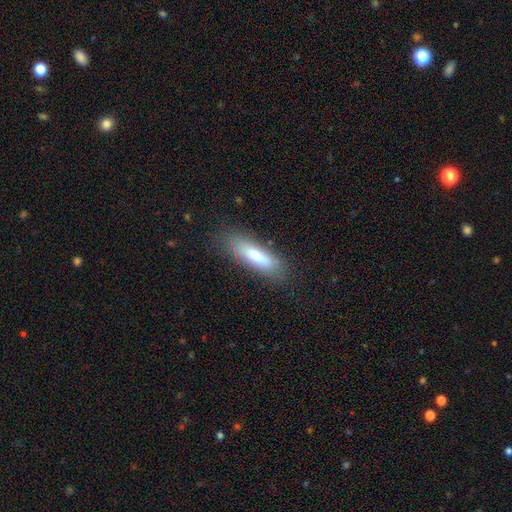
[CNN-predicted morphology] The model was most divided on "how rounded": cigar-shaped: 55%, in between: 43%, round: 2%. More confident: merging — none (84%); smooth or featured — smooth (73%).